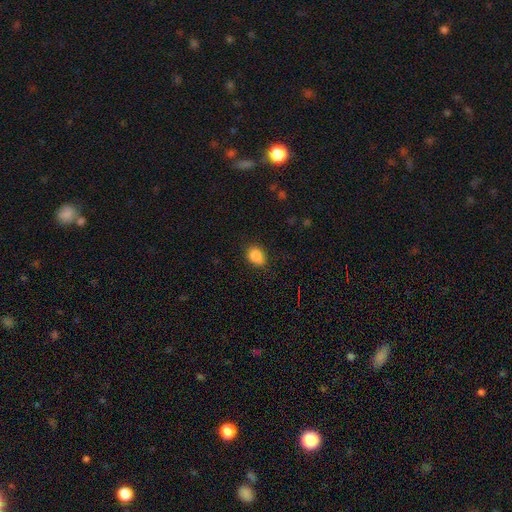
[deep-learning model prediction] Q: Smooth or featured?
A: smooth (87%); runner-up: star or artifact (9%)
Q: How rounded?
A: in between (65%); runner-up: round (34%)
Q: Merging?
A: none (79%); runner-up: minor disturbance (17%)